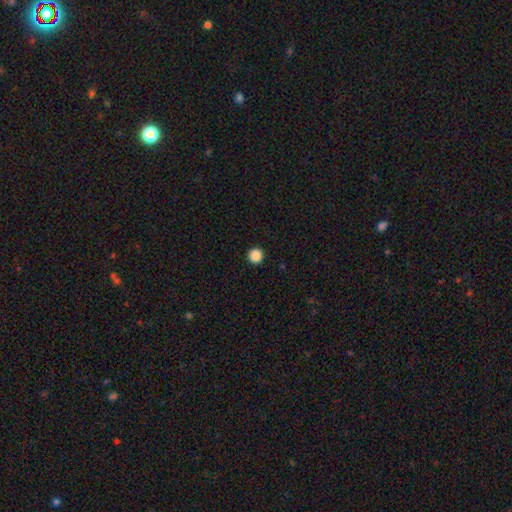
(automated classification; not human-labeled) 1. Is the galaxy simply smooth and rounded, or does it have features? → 88% smooth, 10% star or artifact, 2% featured or disk.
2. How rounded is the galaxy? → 96% round, 3% in between, 1% cigar-shaped.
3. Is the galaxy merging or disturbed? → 94% none, 4% minor disturbance, 1% major disturbance, 1% merger.